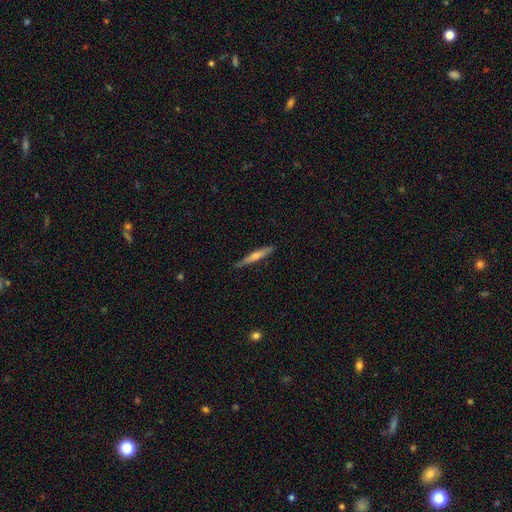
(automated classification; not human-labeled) smooth_or_featured: featured or disk (p=0.57) [alt: smooth p=0.36]
disk_edge_on: yes (p=0.96) [alt: no p=0.04]
edge_on_bulge: rounded (p=0.68) [alt: none p=0.22]
merging: none (p=0.86) [alt: minor disturbance p=0.11]